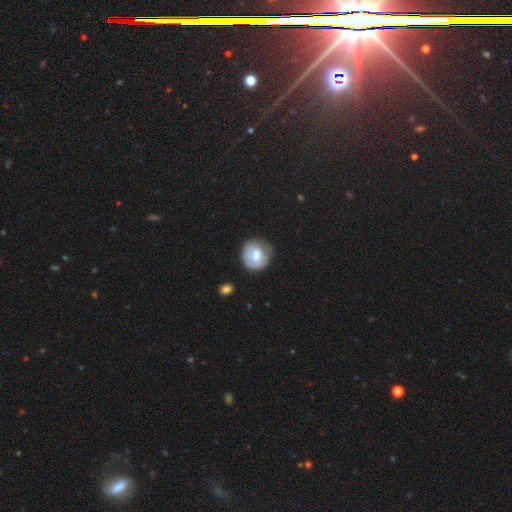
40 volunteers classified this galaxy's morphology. Overall: smooth (57%; featured or disk 32%). How rounded: round (91%). Merging: none (50%; minor disturbance 33%).